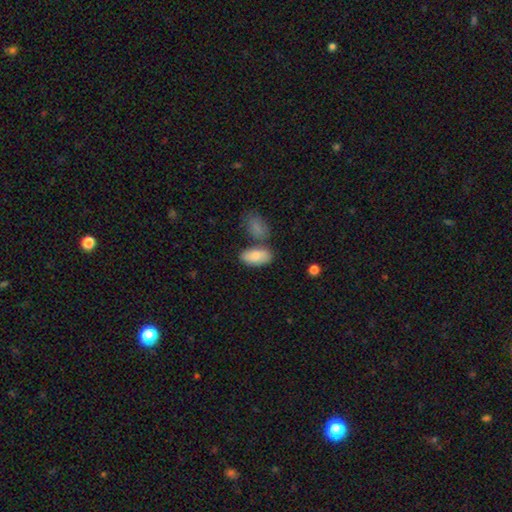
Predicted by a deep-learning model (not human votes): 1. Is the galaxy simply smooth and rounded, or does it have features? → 83% smooth, 11% featured or disk, 6% star or artifact.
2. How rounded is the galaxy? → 93% in between, 4% cigar-shaped, 3% round.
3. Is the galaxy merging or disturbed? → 63% none, 18% merger, 15% minor disturbance, 4% major disturbance.